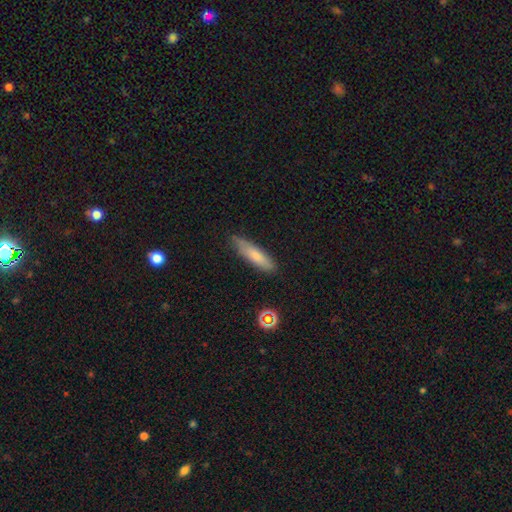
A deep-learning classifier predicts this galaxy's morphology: Smooth or featured?
  - smooth: 74% *
  - featured or disk: 19%
  - star or artifact: 7%
How rounded?
  - cigar-shaped: 74% *
  - in between: 24%
  - round: 2%
Merging?
  - none: 80% *
  - minor disturbance: 16%
  - major disturbance: 3%
  - merger: 2%